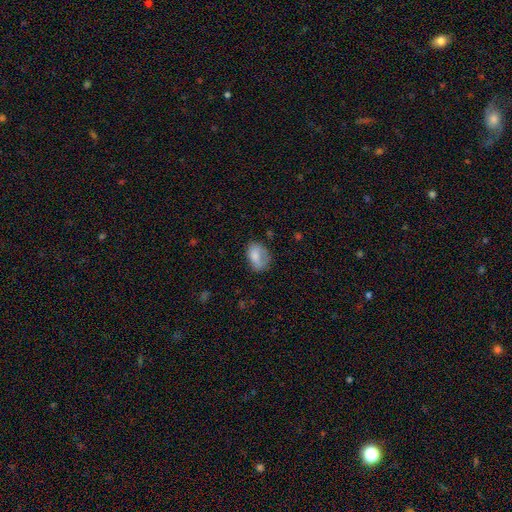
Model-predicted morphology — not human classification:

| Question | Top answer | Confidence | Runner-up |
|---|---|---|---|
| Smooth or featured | smooth | 78% | featured or disk (13%) |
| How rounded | in between | 81% | round (17%) |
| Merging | none | 50% | minor disturbance (32%) |